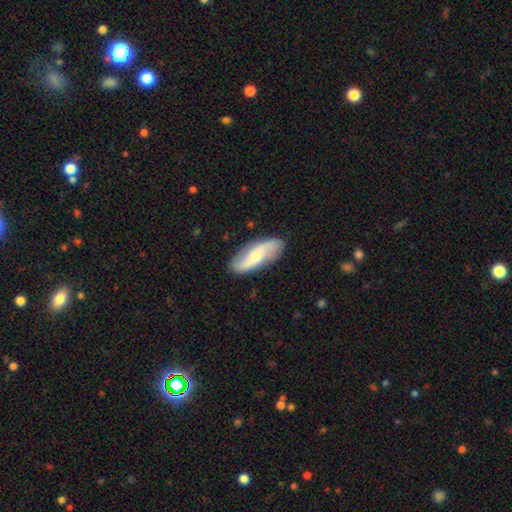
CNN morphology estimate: type=featured or disk (59%); edge-on=no (86%); bar=no (45%); spiral arms=yes (88%); bulge=small (49%); merging=none (84%).